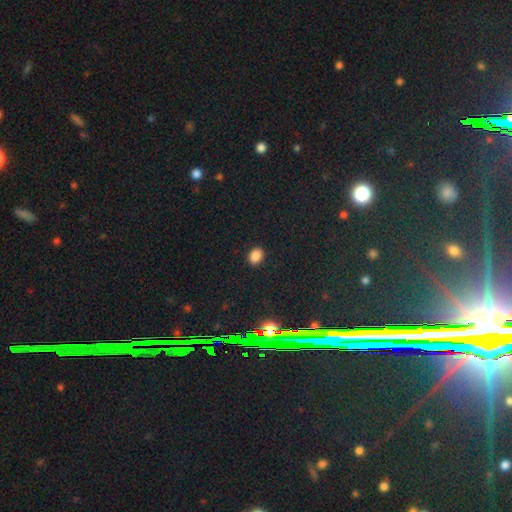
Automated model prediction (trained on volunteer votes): Smooth or featured?
  - smooth: 85% *
  - star or artifact: 12%
  - featured or disk: 4%
How rounded?
  - in between: 61% *
  - round: 38%
  - cigar-shaped: 1%
Merging?
  - none: 90% *
  - minor disturbance: 7%
  - major disturbance: 2%
  - merger: 1%